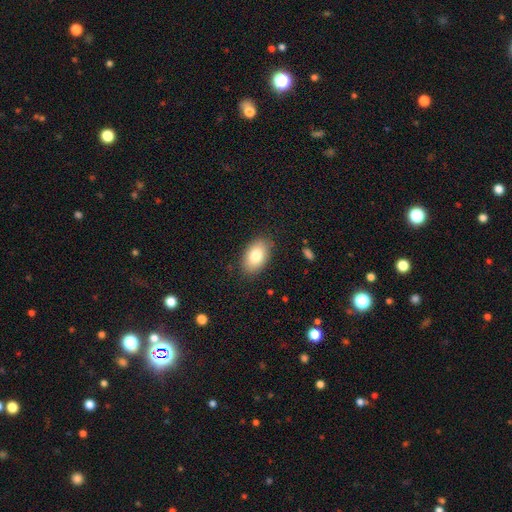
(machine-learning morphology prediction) The model was most divided on "smooth or featured": smooth: 81%, featured or disk: 12%, star or artifact: 7%. More confident: how rounded — in between (91%); merging — none (85%).